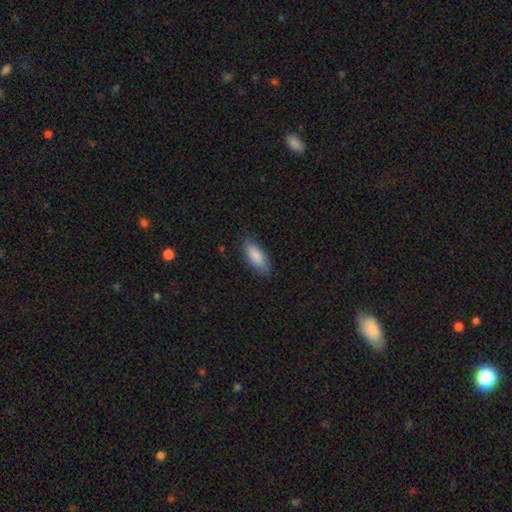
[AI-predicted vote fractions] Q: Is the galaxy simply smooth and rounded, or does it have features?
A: smooth — 86%.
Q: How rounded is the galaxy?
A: in between — 79%.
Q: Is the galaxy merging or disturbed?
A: none — 81%.